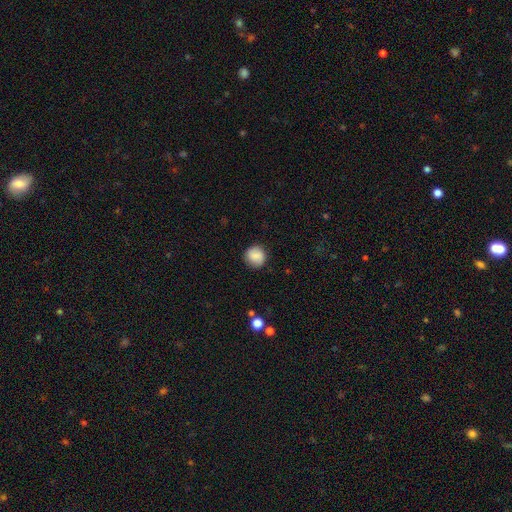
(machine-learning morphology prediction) This is clearly a smooth galaxy (86%). How rounded: clearly round (91%). Merging: clearly none (86%).